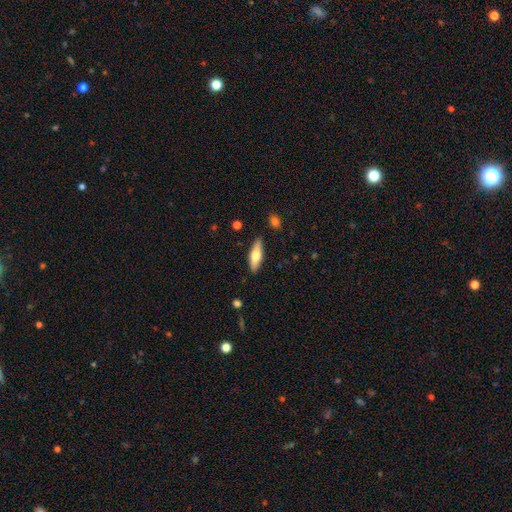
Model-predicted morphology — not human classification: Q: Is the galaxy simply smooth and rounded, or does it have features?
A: smooth — 58%.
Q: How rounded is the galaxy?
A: cigar-shaped — 50%.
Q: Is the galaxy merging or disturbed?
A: none — 88%.